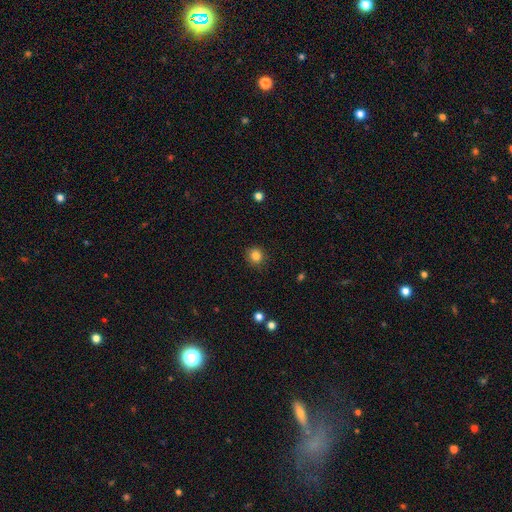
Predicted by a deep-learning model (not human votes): smooth_or_featured: smooth (p=0.84) [alt: star or artifact p=0.12]
how_rounded: round (p=0.91) [alt: in between p=0.08]
merging: none (p=0.89) [alt: minor disturbance p=0.08]